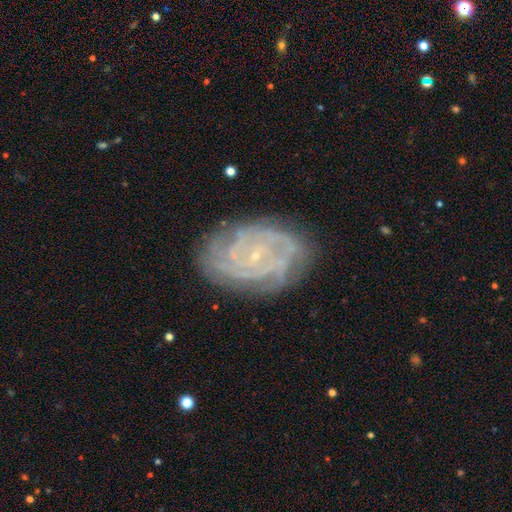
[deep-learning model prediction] featured or disk 87%, star or artifact 7%, smooth 6%. Down the decision tree: edge-on disk — no (97%); bar — no (68%); spiral arms — yes (97%); spiral arm count — can't tell (24%); spiral winding — tight (76%); bulge size — small (88%); merging — none (80%).